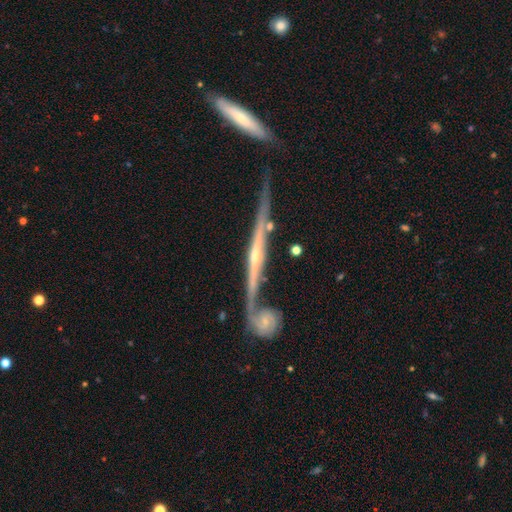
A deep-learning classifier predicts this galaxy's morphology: The model was most divided on "merging": none: 58%, merger: 18%, minor disturbance: 17%, major disturbance: 8%. More confident: edge-on disk — yes (91%); smooth or featured — featured or disk (85%); edge-on bulge — rounded (66%).